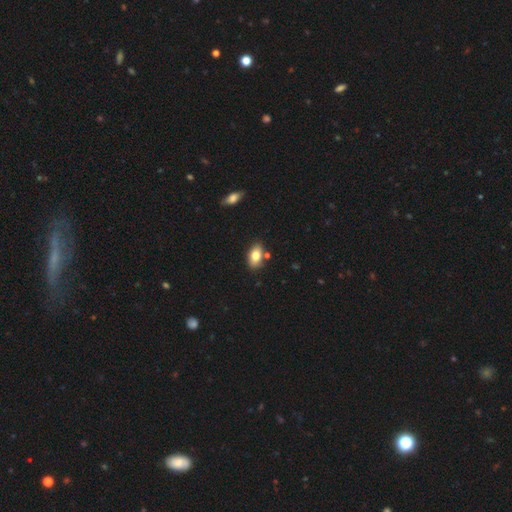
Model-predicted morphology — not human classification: The model was most divided on "merging": none: 77%, minor disturbance: 13%, merger: 8%, major disturbance: 3%. More confident: how rounded — in between (90%); smooth or featured — smooth (79%).